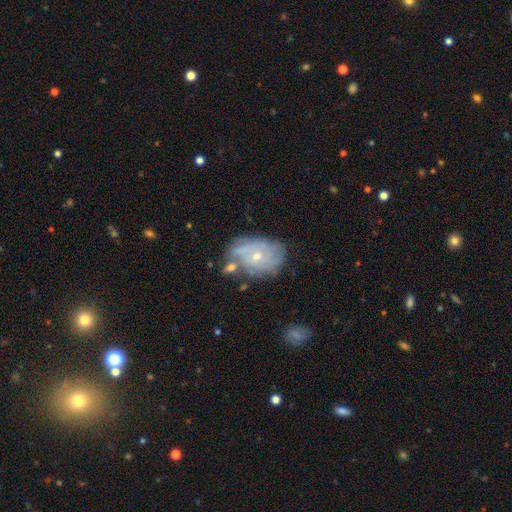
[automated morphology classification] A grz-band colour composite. It shows a featured or disk galaxy (64%) with no bar (77%), spiral arms (65%) and a small central bulge (61%). Merging: none (48%).